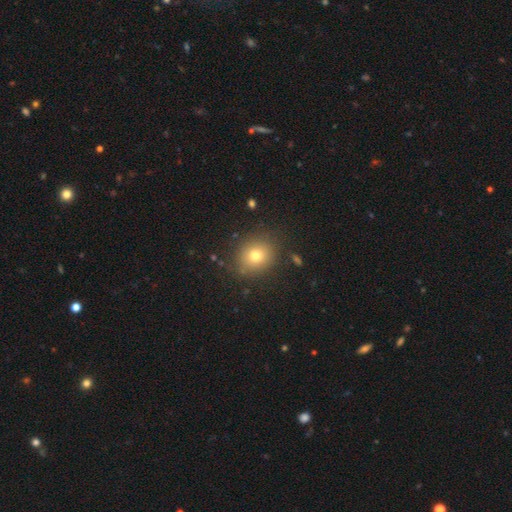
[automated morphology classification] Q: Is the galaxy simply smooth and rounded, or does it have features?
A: smooth — 76%.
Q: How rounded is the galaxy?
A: round — 71%.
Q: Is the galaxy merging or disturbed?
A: none — 86%.